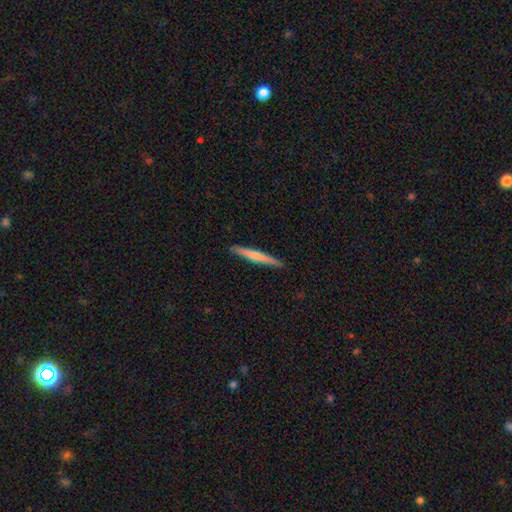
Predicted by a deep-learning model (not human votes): Smooth or featured? smooth (60%)
How rounded? cigar-shaped (96%)
Merging? none (92%)